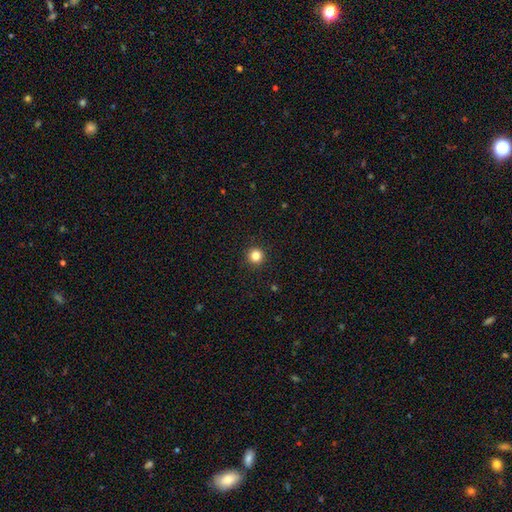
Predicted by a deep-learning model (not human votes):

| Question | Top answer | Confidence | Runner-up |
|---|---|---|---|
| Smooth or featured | smooth | 83% | star or artifact (12%) |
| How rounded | round | 96% | in between (3%) |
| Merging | none | 93% | minor disturbance (4%) |